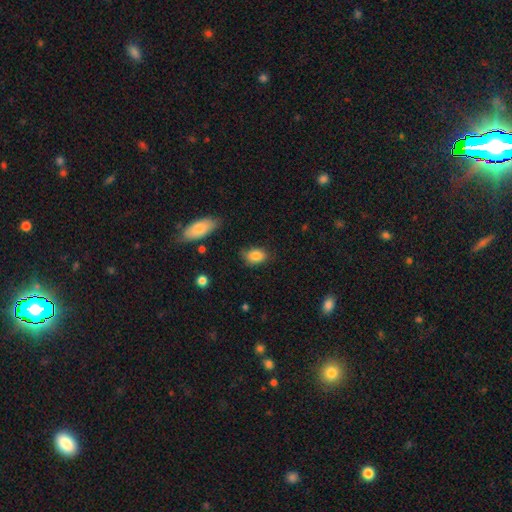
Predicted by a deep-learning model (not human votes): smooth 85%, star or artifact 8%, featured or disk 7%. Down the decision tree: how rounded — in between (83%); merging — none (72%).